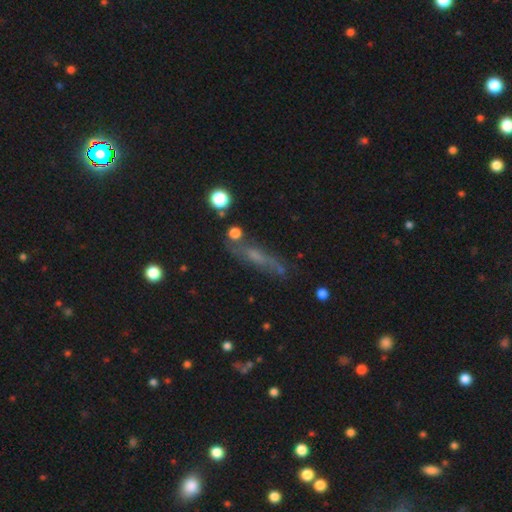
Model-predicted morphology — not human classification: Smooth or featured? Predicted: featured or disk (p=0.42). Merging? Predicted: none (p=0.63).